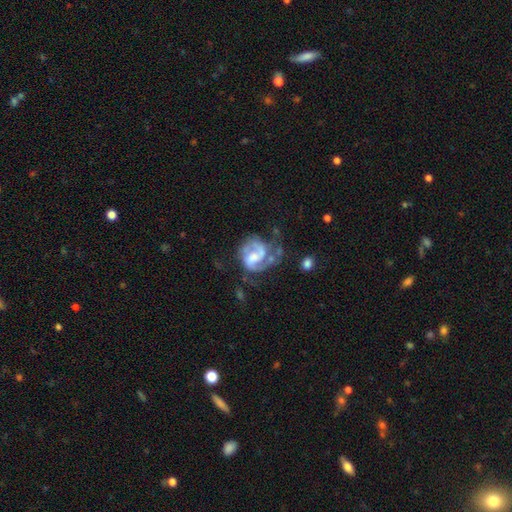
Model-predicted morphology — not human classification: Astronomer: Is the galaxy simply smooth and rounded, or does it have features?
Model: featured or disk — 81%.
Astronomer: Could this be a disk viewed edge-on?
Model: no — 98%.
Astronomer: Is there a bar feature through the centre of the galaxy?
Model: weak — 44% (runner-up: no, 43%).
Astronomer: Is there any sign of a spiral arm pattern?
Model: yes — 92%.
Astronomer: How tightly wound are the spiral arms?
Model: medium — 49% (runner-up: tight, 31%).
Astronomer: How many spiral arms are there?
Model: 2 — 71%.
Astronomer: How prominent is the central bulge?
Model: moderate — 38% (runner-up: small, 22%).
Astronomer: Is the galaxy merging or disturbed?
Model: none — 43% (runner-up: major disturbance, 26%).